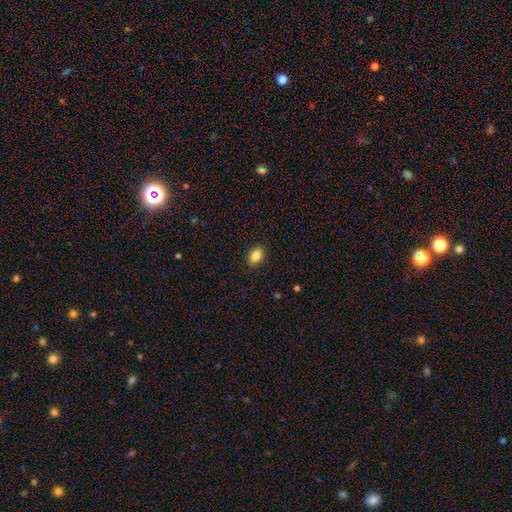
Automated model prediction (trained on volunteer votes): smooth-or-featured: smooth: 86% | star or artifact: 9% | featured or disk: 6%
  how-rounded: in between: 79% | round: 20% | cigar-shaped: 1%
  merging: none: 89% | minor disturbance: 8% | major disturbance: 2% | merger: 1%